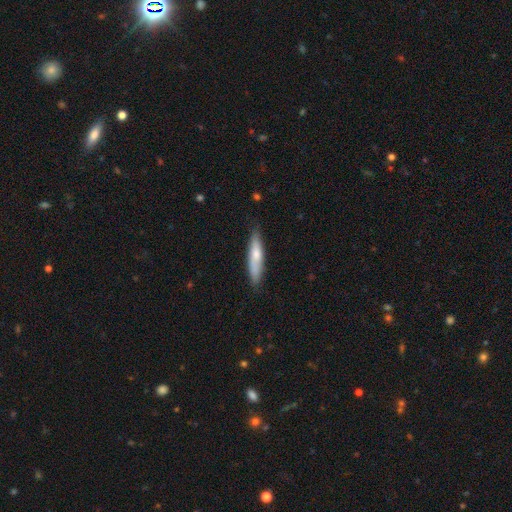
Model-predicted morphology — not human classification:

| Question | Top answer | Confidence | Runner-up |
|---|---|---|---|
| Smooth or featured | smooth | 67% | featured or disk (27%) |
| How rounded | cigar-shaped | 82% | in between (16%) |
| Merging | none | 82% | minor disturbance (14%) |